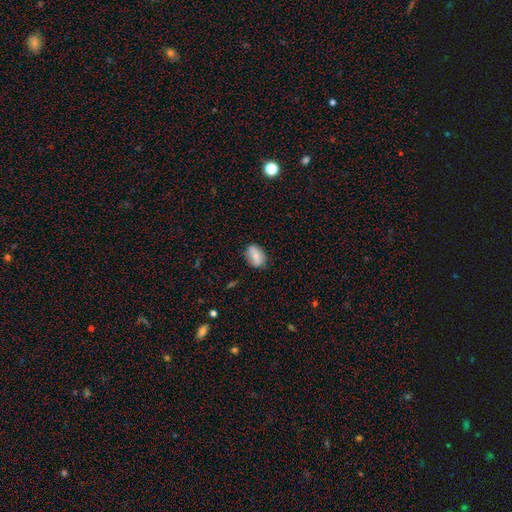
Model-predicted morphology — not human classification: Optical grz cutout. It shows a smooth galaxy with no disk features (74%) that is in between round and cigar-shaped (84%). Merging: none (79%).